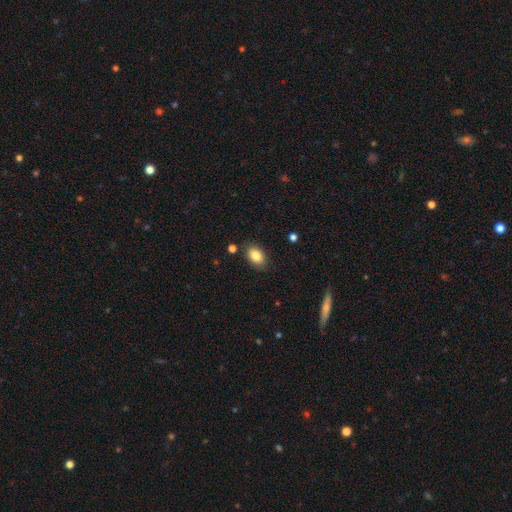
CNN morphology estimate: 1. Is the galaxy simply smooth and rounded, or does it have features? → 84% smooth, 8% featured or disk, 8% star or artifact.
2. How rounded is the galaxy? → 85% in between, 14% round, 1% cigar-shaped.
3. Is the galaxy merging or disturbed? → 83% none, 12% minor disturbance, 3% major disturbance, 2% merger.